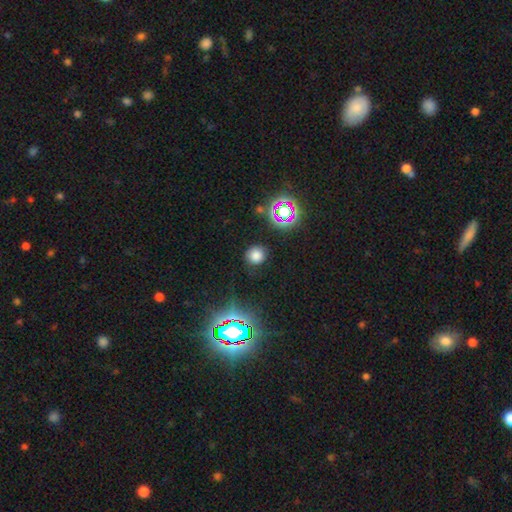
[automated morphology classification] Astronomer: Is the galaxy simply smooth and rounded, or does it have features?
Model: smooth — 72%.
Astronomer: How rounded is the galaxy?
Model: round — 91%.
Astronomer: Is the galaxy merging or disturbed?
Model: none — 85%.